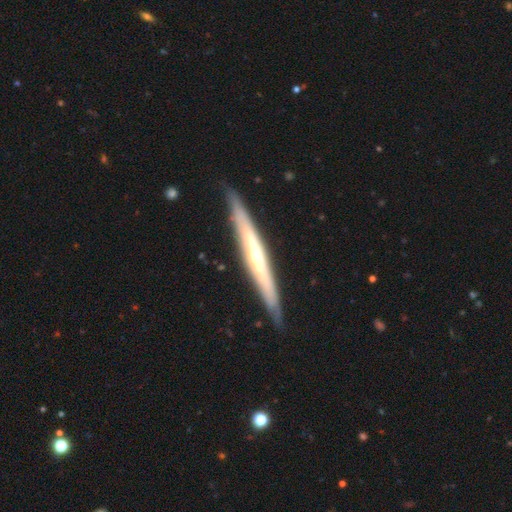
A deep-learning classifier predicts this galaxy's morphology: Smooth or featured?
  - featured or disk: 71% *
  - smooth: 24%
  - star or artifact: 5%
Edge-on disk?
  - yes: 91% *
  - no: 9%
Edge-on bulge?
  - rounded: 61% *
  - none: 34%
  - boxy: 4%
Merging?
  - none: 87% *
  - minor disturbance: 10%
  - major disturbance: 2%
  - merger: 1%